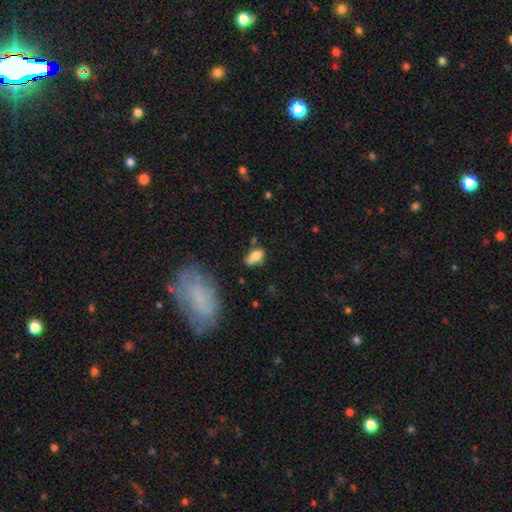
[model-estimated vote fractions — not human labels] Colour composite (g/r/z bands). It shows a smooth galaxy with no disk features (75%) that is in between round and cigar-shaped (86%). Merging: none (51%).